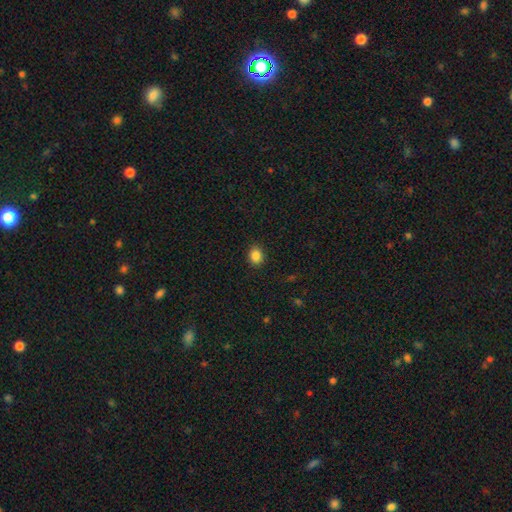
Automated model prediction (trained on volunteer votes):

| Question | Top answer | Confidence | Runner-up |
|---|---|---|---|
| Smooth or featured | smooth | 86% | star or artifact (11%) |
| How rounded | round | 59% | in between (40%) |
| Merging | none | 90% | minor disturbance (7%) |